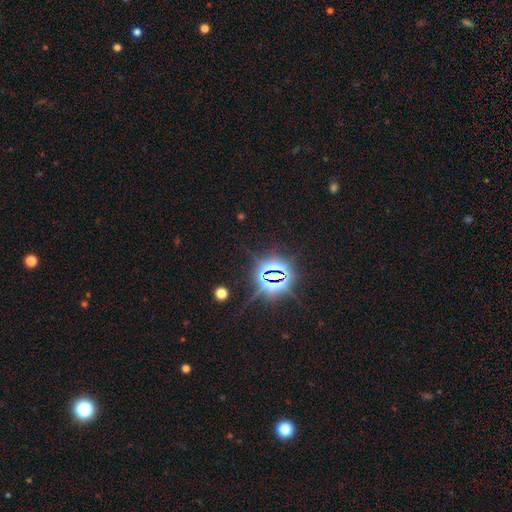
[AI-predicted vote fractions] smooth_or_featured: star or artifact (p=0.82) [alt: smooth p=0.11]